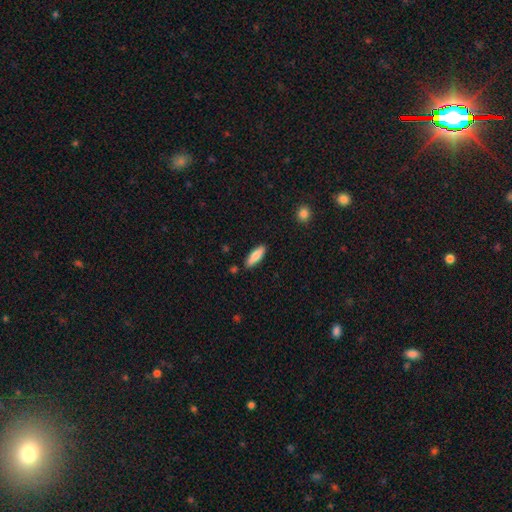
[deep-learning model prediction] Smooth or featured: smooth — 78% (featured or disk — 16%)
How rounded: cigar-shaped — 52% (in between — 47%)
Merging: none — 86% (minor disturbance — 10%)